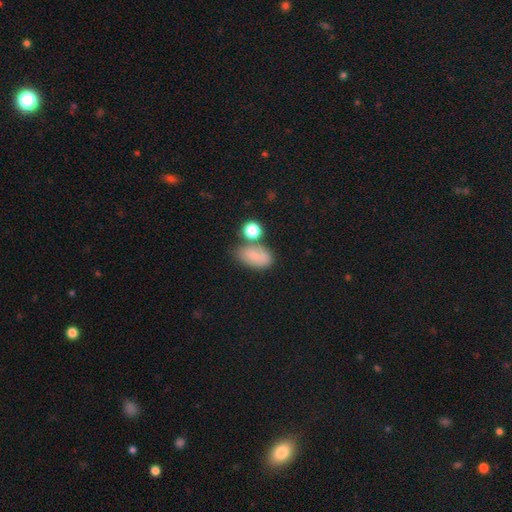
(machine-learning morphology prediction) smooth_or_featured: smooth (p=0.78) [alt: featured or disk p=0.12]
how_rounded: in between (p=0.88) [alt: round p=0.10]
merging: none (p=0.57) [alt: minor disturbance p=0.20]